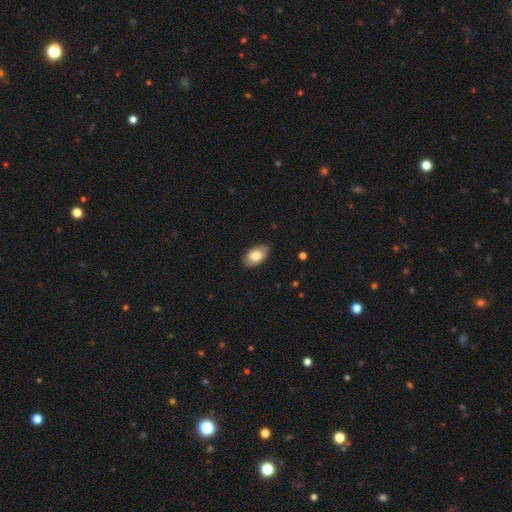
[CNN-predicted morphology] Smooth or featured? smooth (78%)
How rounded? in between (93%)
Merging? none (82%)